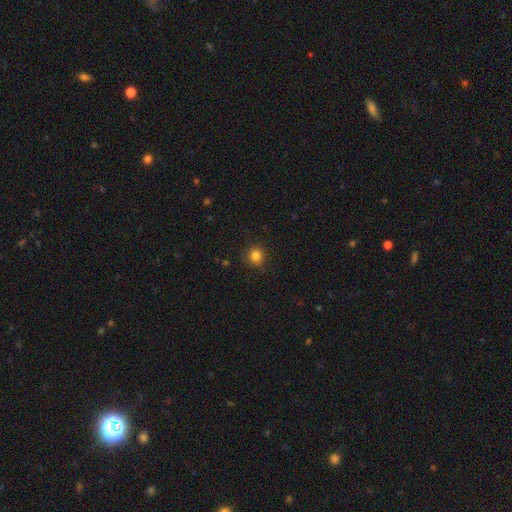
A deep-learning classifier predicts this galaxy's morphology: The model was most divided on "smooth or featured": smooth: 84%, star or artifact: 12%, featured or disk: 4%. More confident: how rounded — round (92%); merging — none (89%).